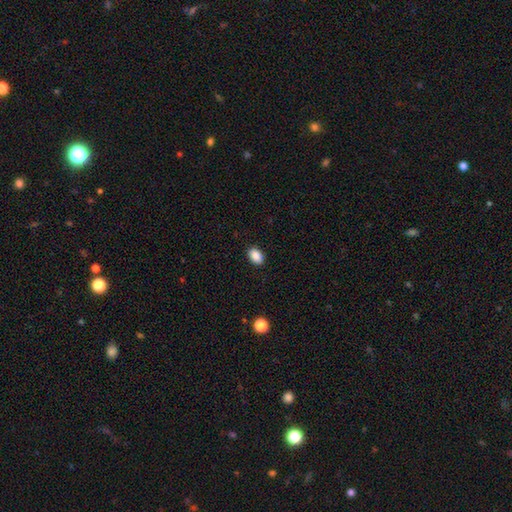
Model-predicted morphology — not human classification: smooth 88%, star or artifact 8%, featured or disk 3%. Down the decision tree: how rounded — in between (82%); merging — none (89%).